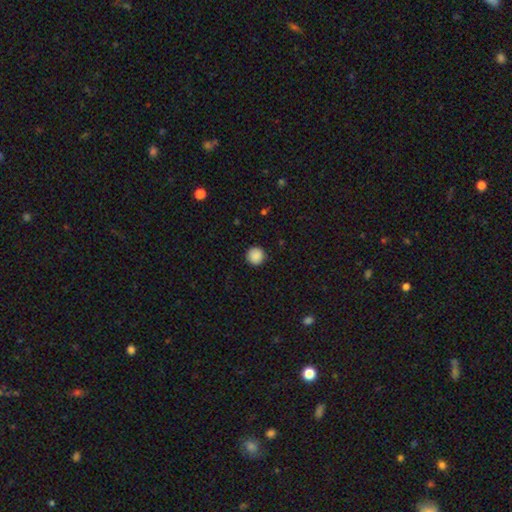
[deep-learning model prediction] Overall: smooth (89%). How rounded: round (95%). Merging: none (91%).